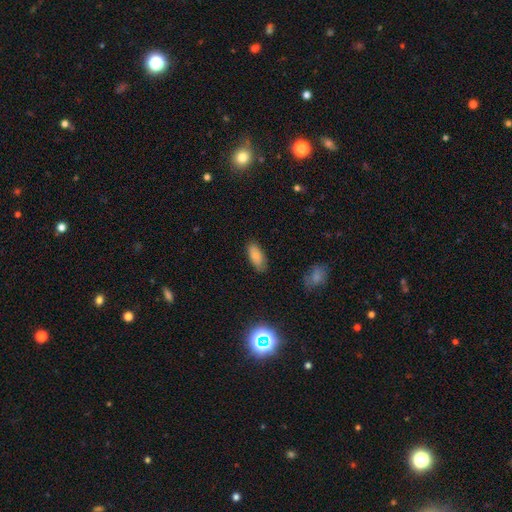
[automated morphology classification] Q: Smooth or featured?
A: smooth (81%); runner-up: featured or disk (11%)
Q: How rounded?
A: in between (87%); runner-up: cigar-shaped (10%)
Q: Merging?
A: none (81%); runner-up: minor disturbance (14%)